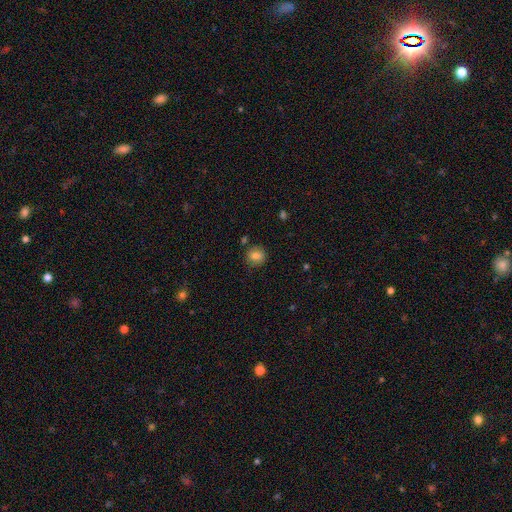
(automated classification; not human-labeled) This appears to be a smooth galaxy with no disk features (82%) that is round (83%). Merging: none (83%).